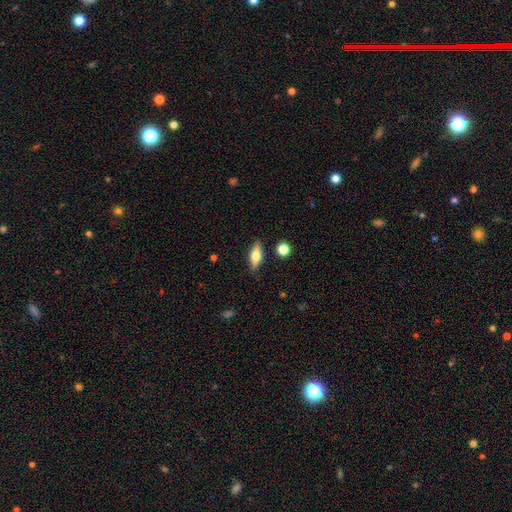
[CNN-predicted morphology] Smooth or featured? smooth (54%)
How rounded? in between (66%)
Merging? none (84%)